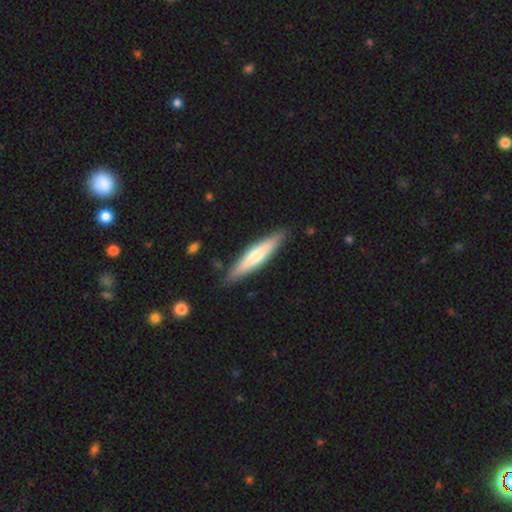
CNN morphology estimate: type=smooth (55%); roundness=cigar-shaped (86%); merging=none (88%).